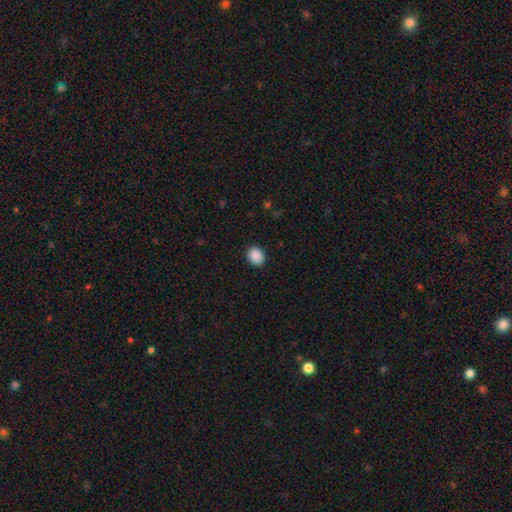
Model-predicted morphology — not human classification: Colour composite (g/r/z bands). It shows a smooth galaxy with no disk features (90%) that is round (51%). Merging: none (90%).